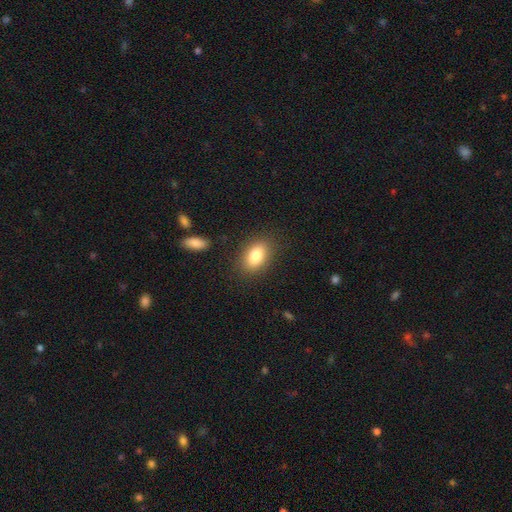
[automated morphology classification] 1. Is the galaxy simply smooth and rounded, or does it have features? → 83% smooth, 9% featured or disk, 8% star or artifact.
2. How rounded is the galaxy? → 86% in between, 11% round, 3% cigar-shaped.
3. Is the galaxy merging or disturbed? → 85% none, 10% minor disturbance, 3% major disturbance, 2% merger.